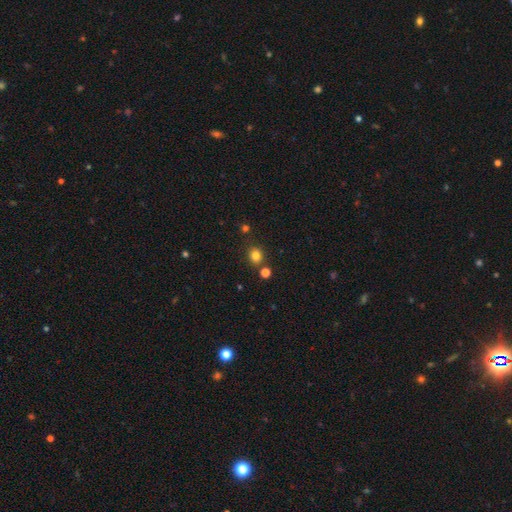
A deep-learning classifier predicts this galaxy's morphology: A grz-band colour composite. It shows a smooth galaxy with no disk features (80%) that is round (79%). Merging: none (82%).